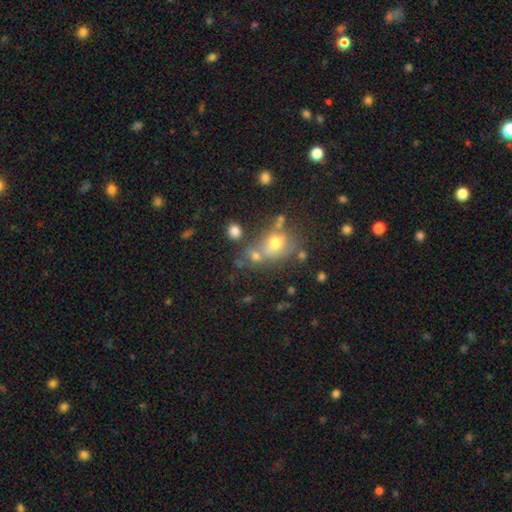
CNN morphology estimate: Overall: smooth (61%). How rounded: round (61%; in between 37%). Merging: none (49%; merger 30%).